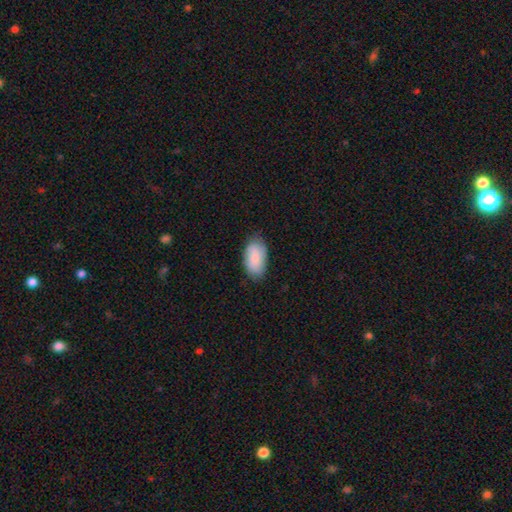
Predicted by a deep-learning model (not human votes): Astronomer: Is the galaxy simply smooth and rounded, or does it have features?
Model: smooth — 85%.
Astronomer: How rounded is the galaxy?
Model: in between — 95%.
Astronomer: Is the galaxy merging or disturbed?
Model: none — 76%.